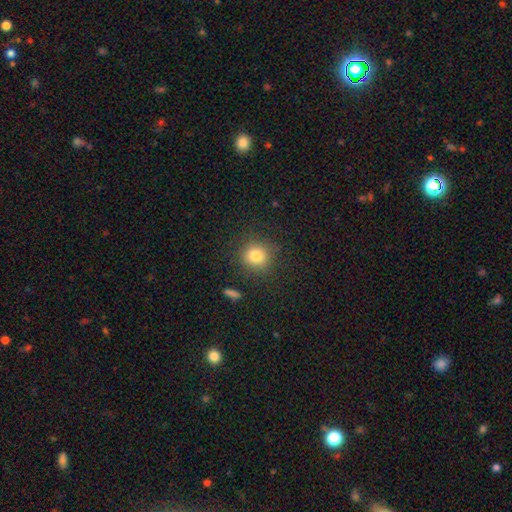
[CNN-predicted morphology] This is clearly a smooth galaxy (81%). How rounded: clearly round (86%). Merging: clearly none (85%).